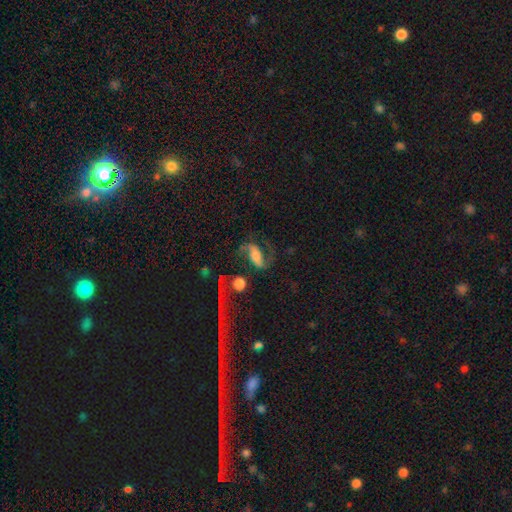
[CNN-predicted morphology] Q: Smooth or featured?
A: featured or disk (77%); runner-up: smooth (15%)
Q: Edge-on disk?
A: no (95%); runner-up: yes (5%)
Q: Bar?
A: weak (34%); tied with: strong (34%)
Q: Spiral arms?
A: yes (95%); runner-up: no (5%)
Q: Spiral winding?
A: loose (55%); runner-up: medium (36%)
Q: Spiral arm count?
A: 2 (92%); runner-up: 1 (3%)
Q: Bulge size?
A: moderate (36%); runner-up: small (26%)
Q: Merging?
A: none (56%); runner-up: major disturbance (19%)